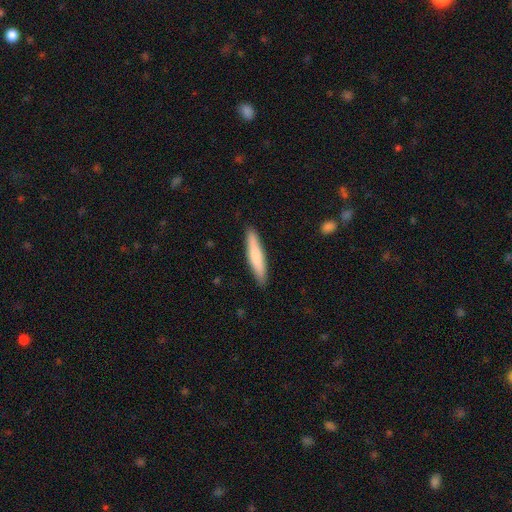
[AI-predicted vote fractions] A smooth galaxy with no disk features (76%) that is cigar-shaped (89%). Merging: none (88%).